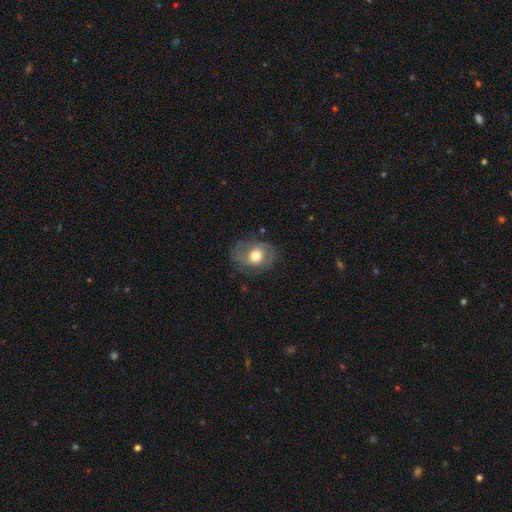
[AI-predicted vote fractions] Smooth or featured?
  - smooth: 53% *
  - featured or disk: 39%
  - star or artifact: 8%
How rounded?
  - round: 52% *
  - in between: 47%
  - cigar-shaped: 1%
Merging?
  - none: 61% *
  - minor disturbance: 23%
  - major disturbance: 14%
  - merger: 1%